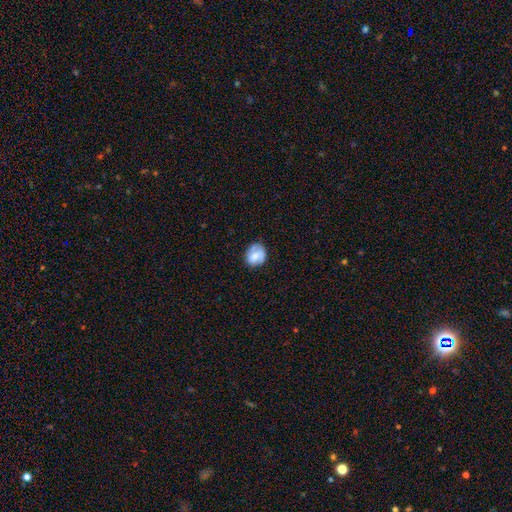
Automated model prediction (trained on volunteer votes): Q: Smooth or featured?
A: smooth (67%); runner-up: featured or disk (25%)
Q: How rounded?
A: round (64%); runner-up: in between (35%)
Q: Merging?
A: none (61%); runner-up: minor disturbance (27%)